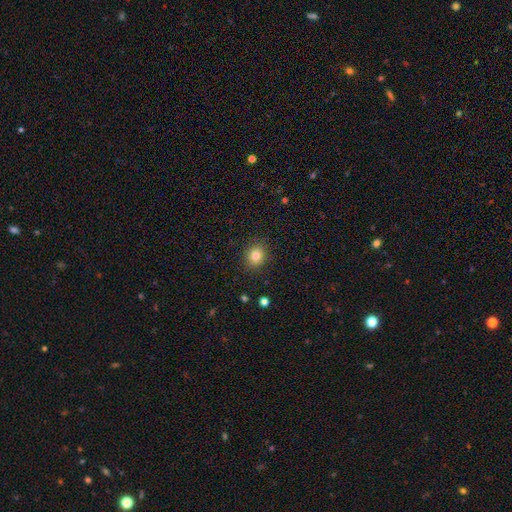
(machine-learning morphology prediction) Smooth or featured: smooth — 82% (star or artifact — 11%)
How rounded: round — 73% (in between — 26%)
Merging: none — 89% (minor disturbance — 7%)